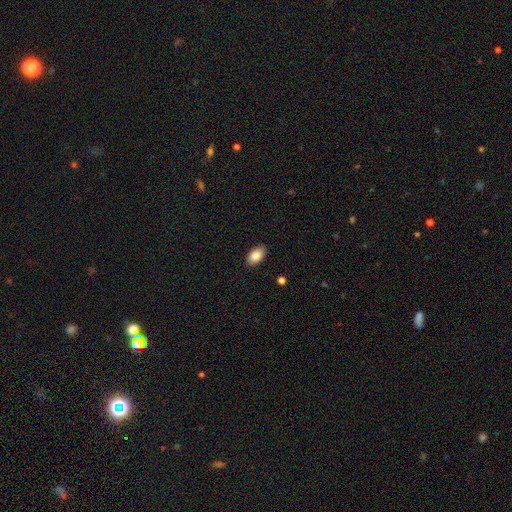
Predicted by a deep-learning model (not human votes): The model was most divided on "smooth or featured": smooth: 86%, featured or disk: 7%, star or artifact: 7%. More confident: how rounded — in between (94%); merging — none (89%).